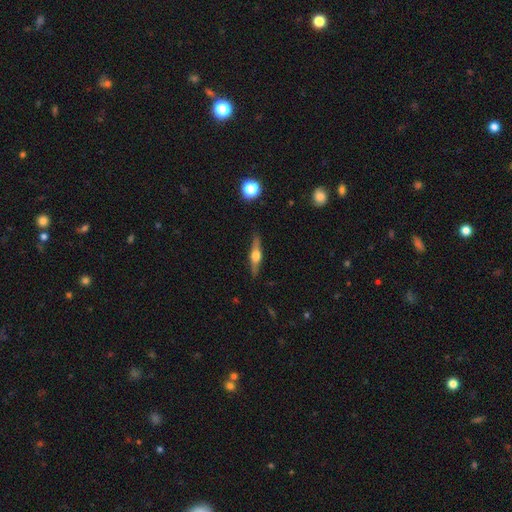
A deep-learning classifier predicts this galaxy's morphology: The model was most divided on "smooth or featured": featured or disk: 71%, smooth: 24%, star or artifact: 6%. More confident: edge-on disk — yes (97%); edge-on bulge — rounded (94%); merging — none (88%).